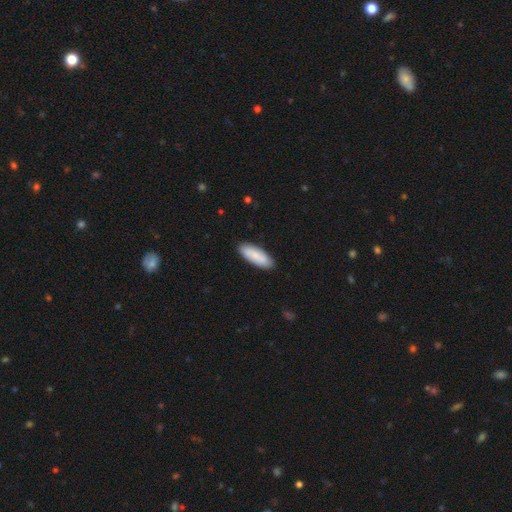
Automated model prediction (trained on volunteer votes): Smooth or featured: smooth — 83% (featured or disk — 12%)
How rounded: in between — 69% (cigar-shaped — 30%)
Merging: none — 89% (minor disturbance — 9%)